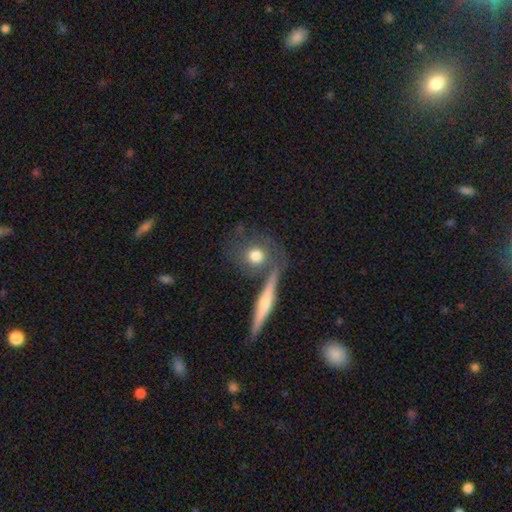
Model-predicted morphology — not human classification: This is possibly a smooth galaxy (58%). How rounded: likely round (78%). Merging: likely none (60%).